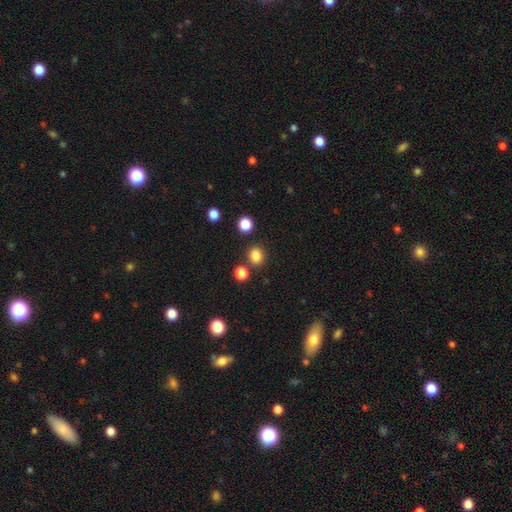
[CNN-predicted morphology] This is clearly a smooth galaxy (84%). How rounded: likely round (67%). Merging: clearly none (81%).